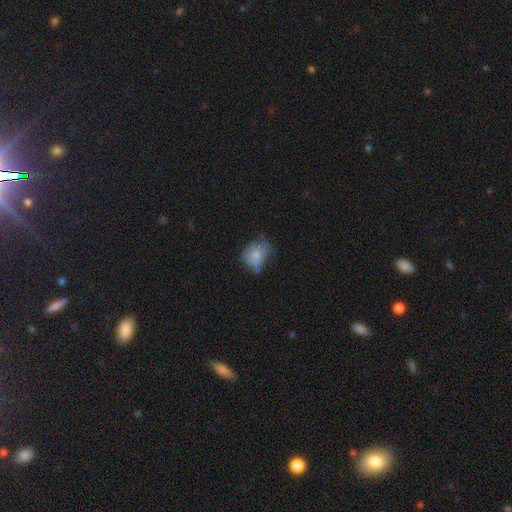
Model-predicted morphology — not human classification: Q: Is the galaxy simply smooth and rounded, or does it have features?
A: smooth — 68%.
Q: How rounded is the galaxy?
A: in between — 52%.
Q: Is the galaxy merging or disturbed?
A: none — 39%.